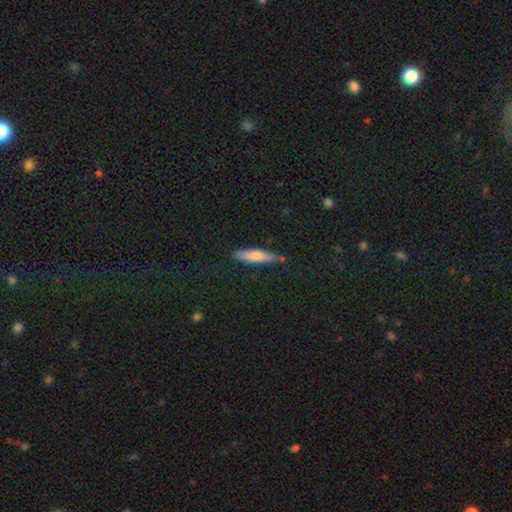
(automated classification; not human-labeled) Smooth or featured?
  - smooth: 71% *
  - featured or disk: 22%
  - star or artifact: 7%
How rounded?
  - cigar-shaped: 80% *
  - in between: 18%
  - round: 2%
Merging?
  - none: 80% *
  - minor disturbance: 14%
  - merger: 3%
  - major disturbance: 3%